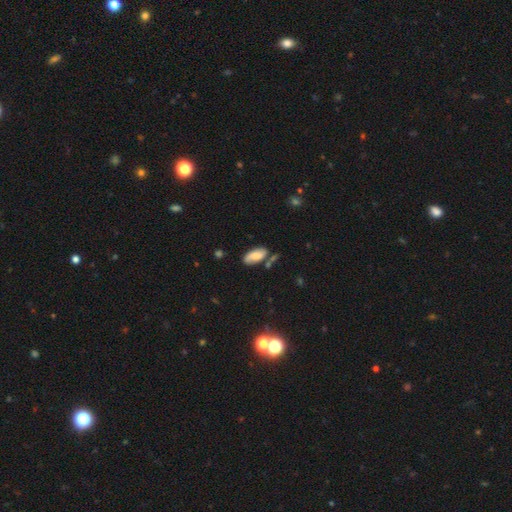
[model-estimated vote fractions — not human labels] A smooth galaxy with no disk features (54%) that is in between round and cigar-shaped (89%).

Vote fractions:
- Smooth or featured? smooth: 54% / featured or disk: 38% / star or artifact: 8%
- How rounded? in between: 89% / cigar-shaped: 8% / round: 3%
- Merging? none: 66% / minor disturbance: 20% / merger: 9% / major disturbance: 5%